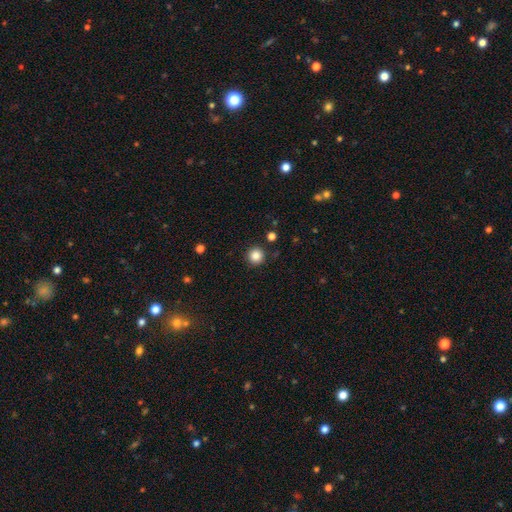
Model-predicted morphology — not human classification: Overall: smooth (84%). How rounded: round (96%). Merging: none (91%).